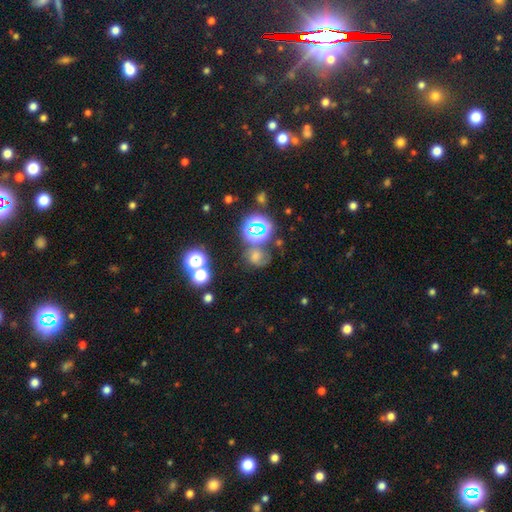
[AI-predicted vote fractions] A smooth galaxy with no disk features (51%) that is round (69%).

Vote fractions:
- Smooth or featured? smooth: 51% / star or artifact: 36% / featured or disk: 14%
- How rounded? round: 69% / in between: 30% / cigar-shaped: 1%
- Merging? none: 54% / merger: 18% / minor disturbance: 17% / major disturbance: 11%